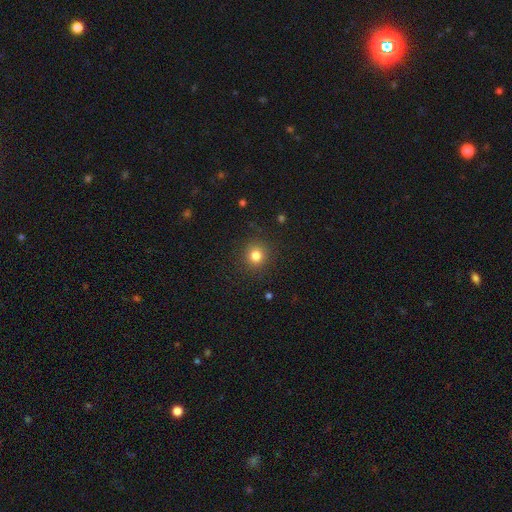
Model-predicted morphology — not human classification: smooth_or_featured: smooth (p=0.81) [alt: star or artifact p=0.13]
how_rounded: round (p=0.92) [alt: in between p=0.07]
merging: none (p=0.90) [alt: minor disturbance p=0.06]